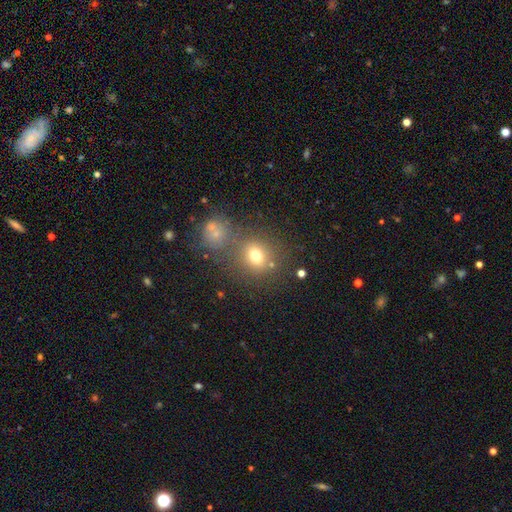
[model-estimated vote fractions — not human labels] This appears to be a smooth galaxy with no disk features (71%) that is round (72%). Merging: none (65%).